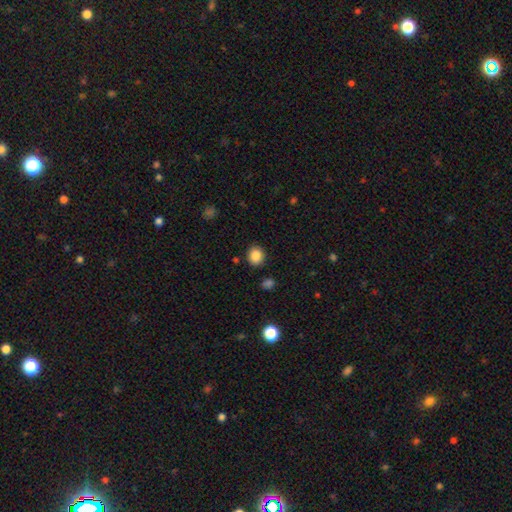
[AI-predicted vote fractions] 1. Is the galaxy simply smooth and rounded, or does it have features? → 87% smooth, 10% star or artifact, 3% featured or disk.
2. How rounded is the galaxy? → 71% round, 28% in between, 1% cigar-shaped.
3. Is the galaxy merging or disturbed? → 86% none, 9% minor disturbance, 3% major disturbance, 2% merger.